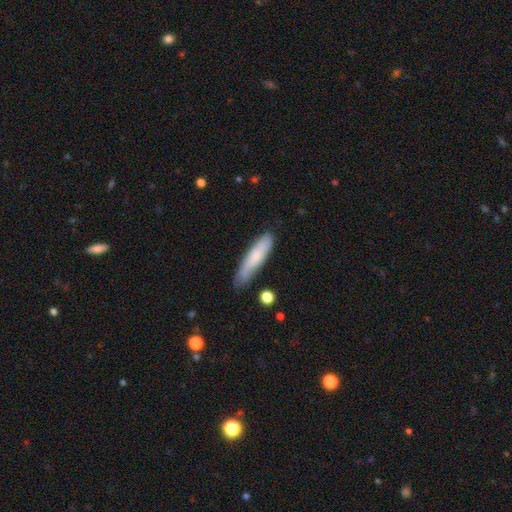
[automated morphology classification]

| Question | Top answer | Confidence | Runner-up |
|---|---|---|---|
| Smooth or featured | smooth | 68% | featured or disk (25%) |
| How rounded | cigar-shaped | 77% | in between (21%) |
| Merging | none | 74% | minor disturbance (20%) |